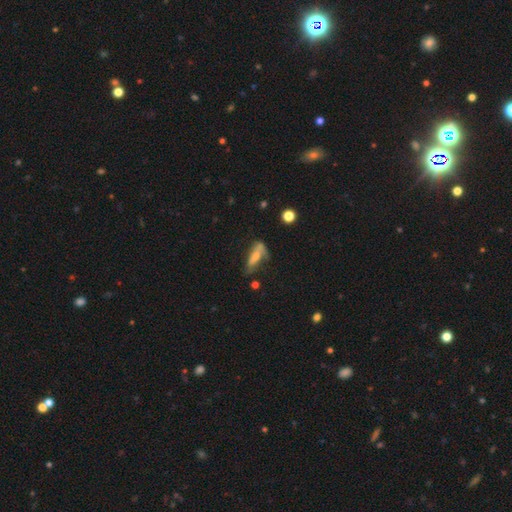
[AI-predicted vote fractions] Smooth or featured? Predicted: smooth (p=0.56). How rounded? Predicted: cigar-shaped (p=0.51). Merging? Predicted: none (p=0.39).